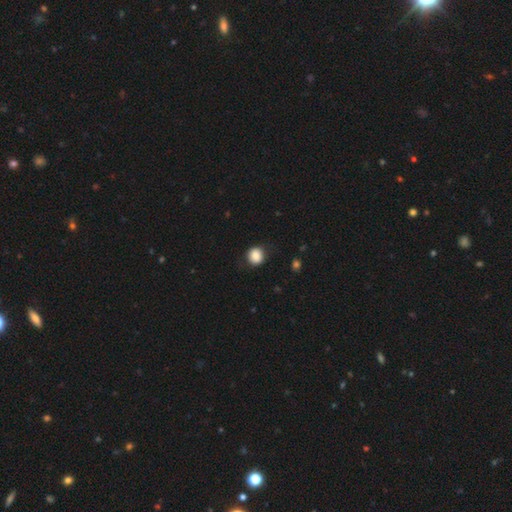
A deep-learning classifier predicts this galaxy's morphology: Smooth or featured?
  - smooth: 86% *
  - star or artifact: 9%
  - featured or disk: 5%
How rounded?
  - round: 86% *
  - in between: 13%
  - cigar-shaped: 1%
Merging?
  - none: 82% *
  - minor disturbance: 13%
  - major disturbance: 4%
  - merger: 1%